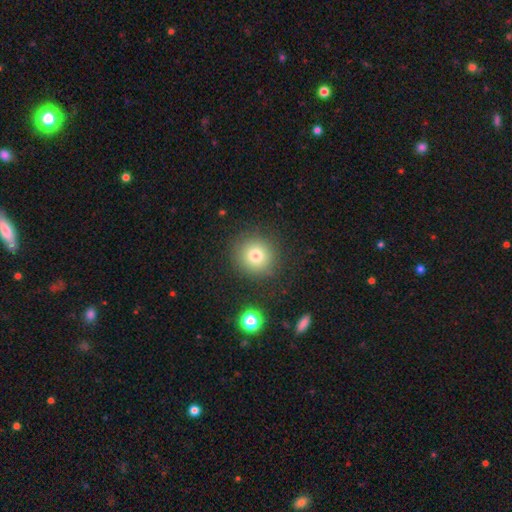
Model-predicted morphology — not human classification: Smooth or featured?
  - smooth: 78% *
  - star or artifact: 13%
  - featured or disk: 9%
How rounded?
  - round: 92% *
  - in between: 7%
  - cigar-shaped: 1%
Merging?
  - none: 87% *
  - minor disturbance: 8%
  - major disturbance: 3%
  - merger: 2%